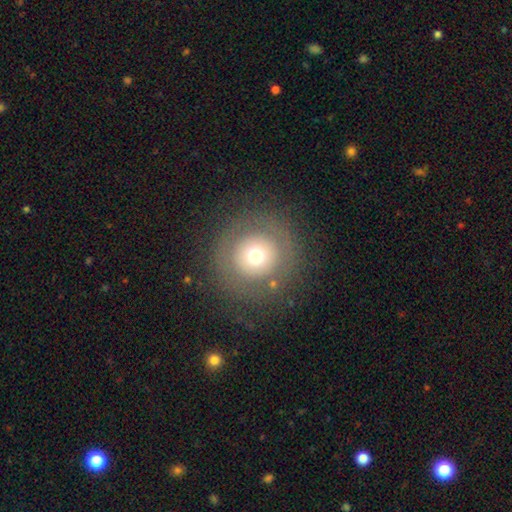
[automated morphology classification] Smooth or featured?
  - smooth: 62% *
  - featured or disk: 23%
  - star or artifact: 15%
How rounded?
  - round: 94% *
  - in between: 5%
  - cigar-shaped: 1%
Merging?
  - none: 81% *
  - minor disturbance: 9%
  - major disturbance: 8%
  - merger: 2%